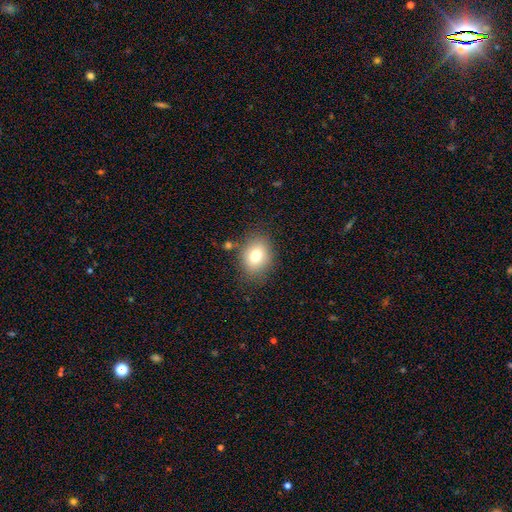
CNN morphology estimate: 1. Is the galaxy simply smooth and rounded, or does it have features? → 77% smooth, 13% featured or disk, 10% star or artifact.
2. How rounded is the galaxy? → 59% in between, 40% round, 1% cigar-shaped.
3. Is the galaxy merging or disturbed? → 81% none, 12% minor disturbance, 4% major disturbance, 3% merger.